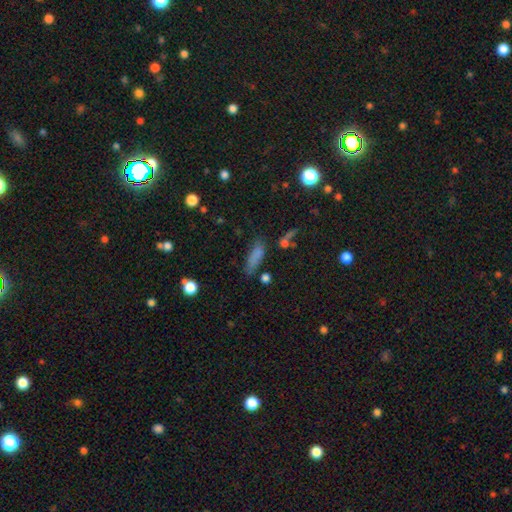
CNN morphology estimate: Smooth or featured? Predicted: smooth (p=0.75). How rounded? Predicted: cigar-shaped (p=0.50). Merging? Predicted: none (p=0.61).